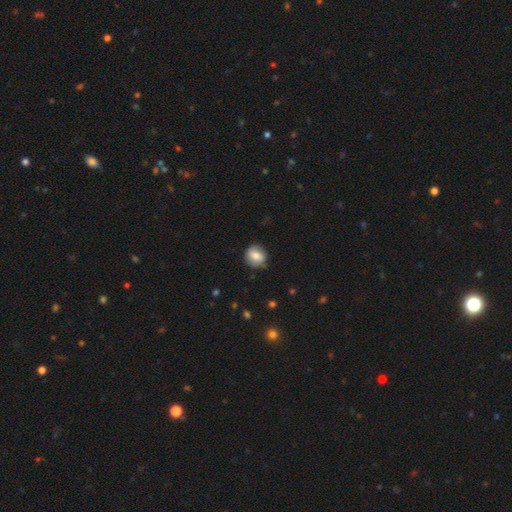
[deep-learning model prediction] This appears to be a smooth galaxy with no disk features (71%) that is round (84%). Merging: none (83%).